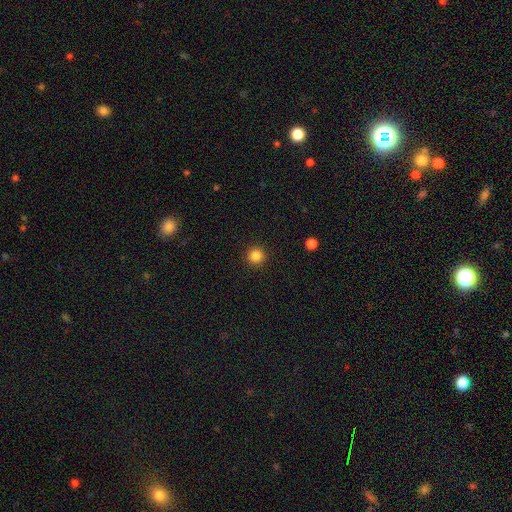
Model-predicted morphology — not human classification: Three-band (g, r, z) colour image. It shows a smooth galaxy with no disk features (84%) that is round (95%). Merging: none (93%).